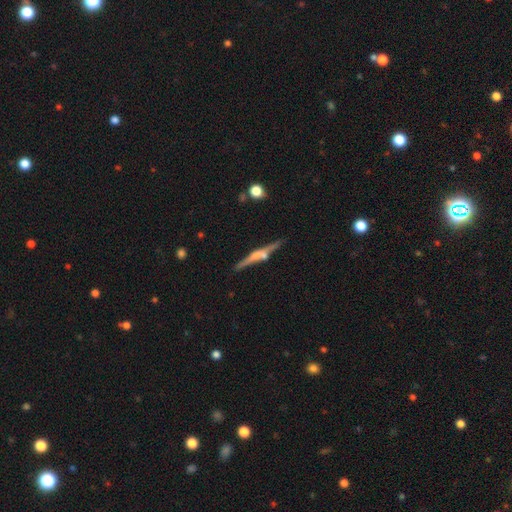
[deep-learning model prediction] Q: Smooth or featured?
A: featured or disk (77%); runner-up: smooth (16%)
Q: Edge-on disk?
A: yes (97%); runner-up: no (3%)
Q: Edge-on bulge?
A: rounded (69%); runner-up: boxy (17%)
Q: Merging?
A: none (83%); runner-up: minor disturbance (10%)